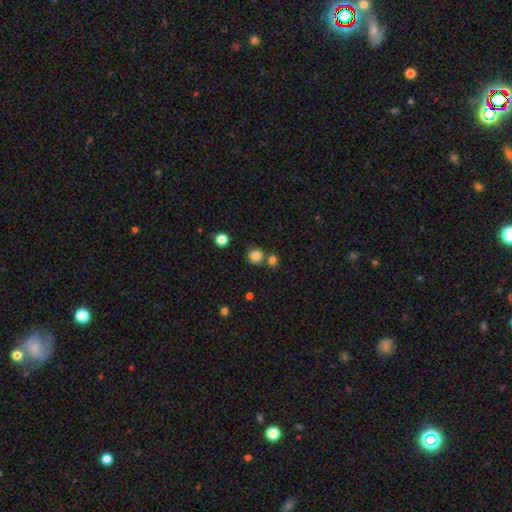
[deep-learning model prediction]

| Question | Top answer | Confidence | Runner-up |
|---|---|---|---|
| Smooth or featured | smooth | 83% | star or artifact (12%) |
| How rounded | round | 90% | in between (9%) |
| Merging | none | 70% | merger (18%) |